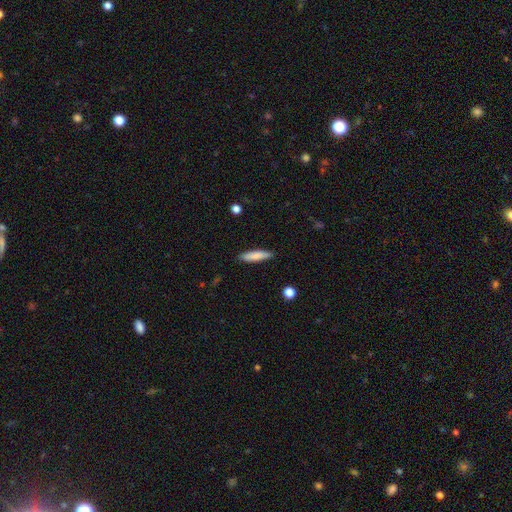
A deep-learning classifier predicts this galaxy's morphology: A smooth galaxy with no disk features (81%) that is cigar-shaped (83%). Merging: none (88%).